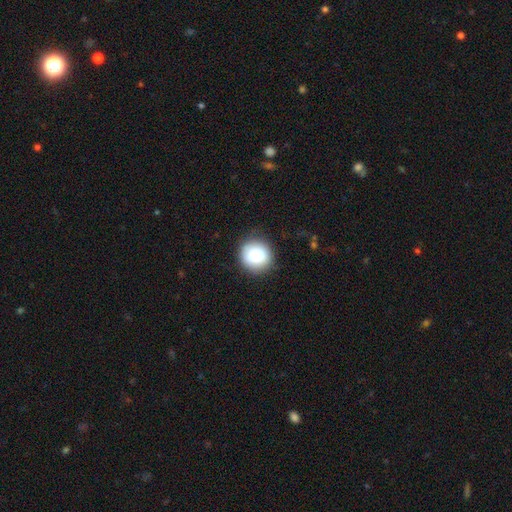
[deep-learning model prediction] Smooth or featured? Predicted: smooth (p=0.79). How rounded? Predicted: round (p=0.92). Merging? Predicted: none (p=0.87).